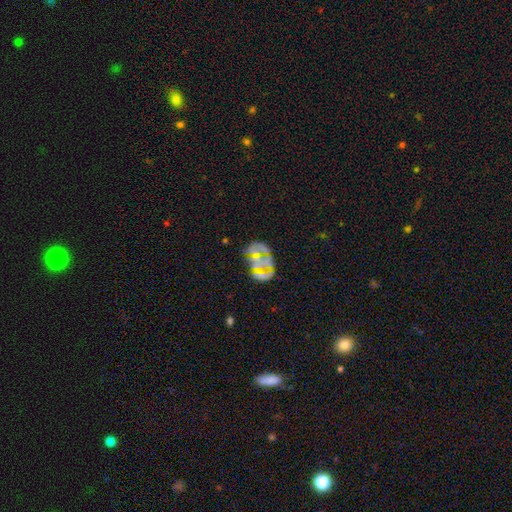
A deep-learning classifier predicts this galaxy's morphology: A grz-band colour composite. It shows a featured or disk galaxy (58%) with no bar (88%), no spiral arms (78%) and no central bulge (56%). Merging: none (41%).